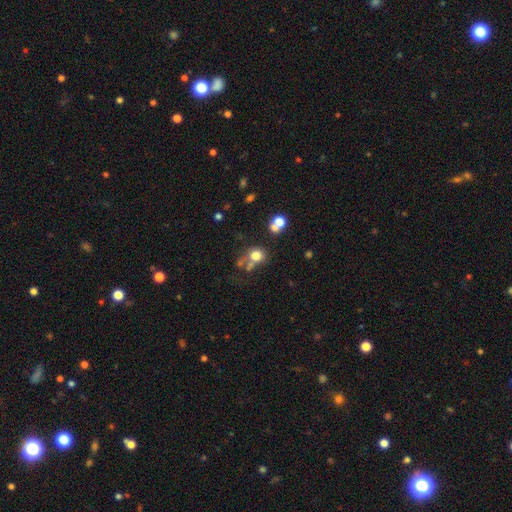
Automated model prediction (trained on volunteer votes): A smooth galaxy with no disk features (71%) that is round (75%). Merging: none (44%).